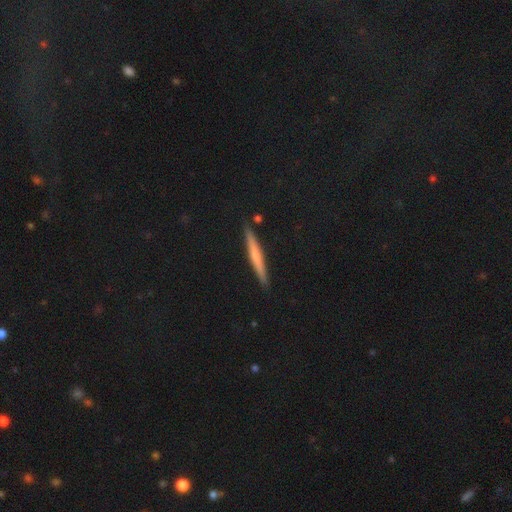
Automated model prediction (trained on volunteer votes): smooth-or-featured: smooth: 51% | featured or disk: 43% | star or artifact: 6%
  how-rounded: cigar-shaped: 96% | in between: 3% | round: 1%
  merging: none: 90% | minor disturbance: 7% | merger: 2% | major disturbance: 1%